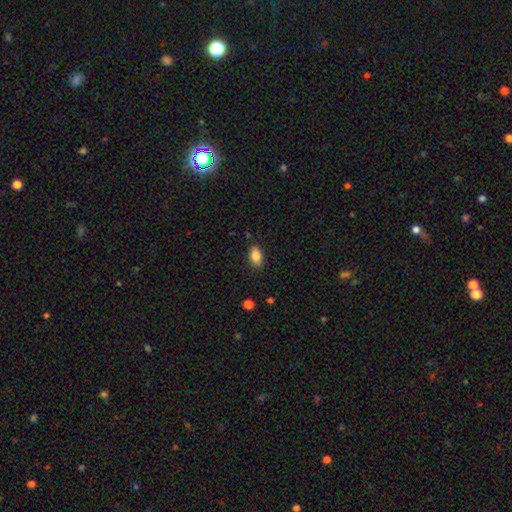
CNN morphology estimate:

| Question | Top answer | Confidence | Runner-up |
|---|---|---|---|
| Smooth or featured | smooth | 86% | star or artifact (8%) |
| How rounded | in between | 90% | round (6%) |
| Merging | none | 84% | minor disturbance (12%) |